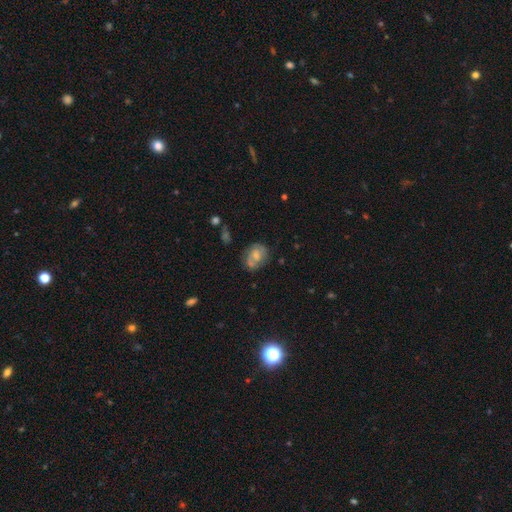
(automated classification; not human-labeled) smooth-or-featured: smooth: 46% | featured or disk: 45% | star or artifact: 9%
  merging: none: 56% | minor disturbance: 24% | merger: 10% | major disturbance: 10%